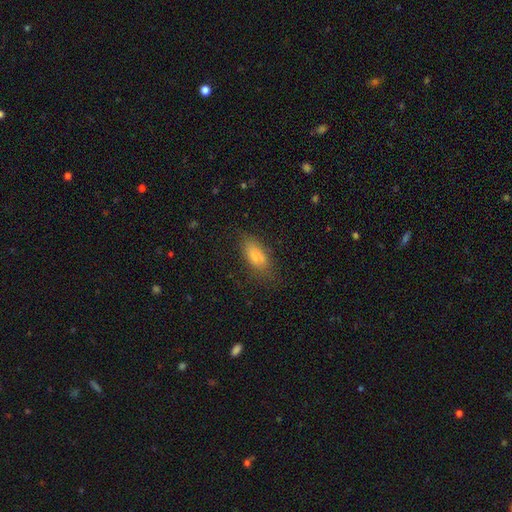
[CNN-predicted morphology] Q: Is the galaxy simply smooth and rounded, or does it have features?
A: smooth — 78%.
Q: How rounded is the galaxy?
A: in between — 79%.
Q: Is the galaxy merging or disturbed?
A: none — 73%.